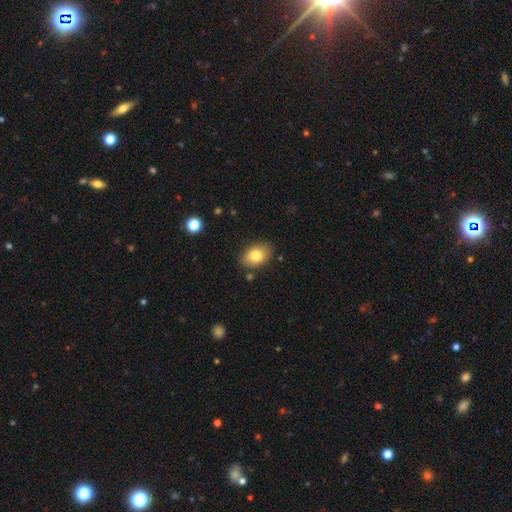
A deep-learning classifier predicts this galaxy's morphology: type=smooth (81%); roundness=in between (84%); merging=none (81%).